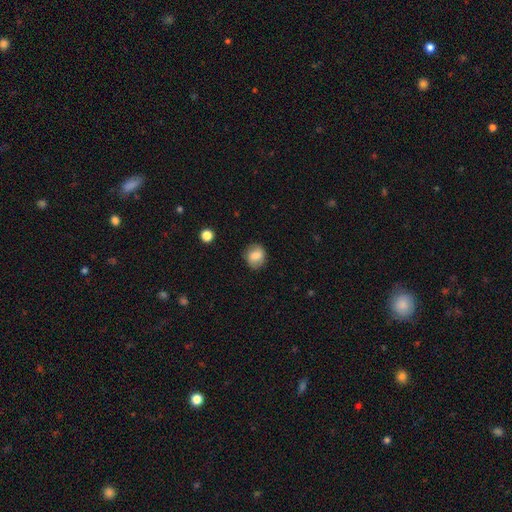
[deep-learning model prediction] This appears to be a smooth galaxy with no disk features (78%) that is round (66%). Merging: none (82%).